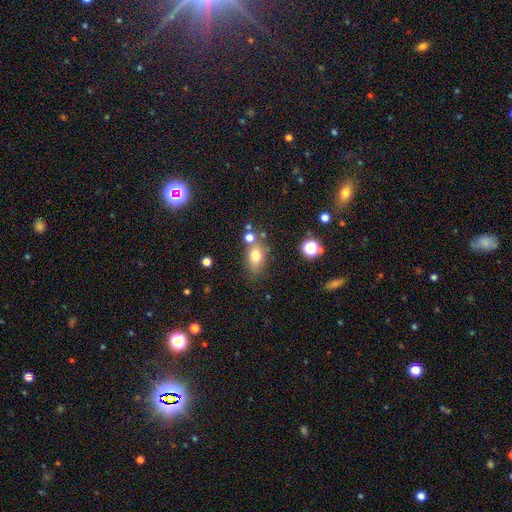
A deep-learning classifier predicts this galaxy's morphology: Q: Smooth or featured?
A: smooth (74%); runner-up: featured or disk (13%)
Q: How rounded?
A: in between (72%); runner-up: round (25%)
Q: Merging?
A: none (61%); runner-up: merger (17%)